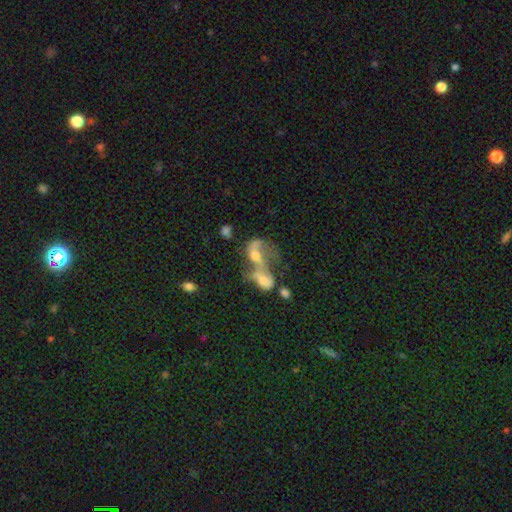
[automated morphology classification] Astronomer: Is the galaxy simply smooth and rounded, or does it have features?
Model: featured or disk — 58%.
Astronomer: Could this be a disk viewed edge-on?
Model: no — 94%.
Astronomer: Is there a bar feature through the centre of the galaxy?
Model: no — 63%.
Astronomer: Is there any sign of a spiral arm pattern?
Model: yes — 60% (runner-up: no, 40%).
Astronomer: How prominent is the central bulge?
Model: moderate — 43% (runner-up: small, 30%).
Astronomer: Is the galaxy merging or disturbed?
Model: merger — 69%.